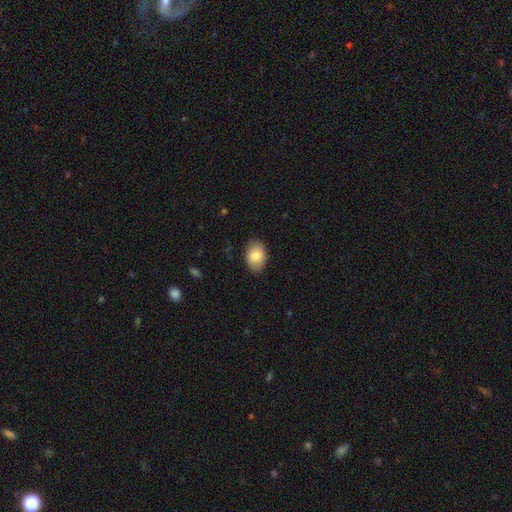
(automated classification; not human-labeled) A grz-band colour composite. It shows a smooth galaxy with no disk features (85%) that is in between round and cigar-shaped (83%). Merging: none (88%).